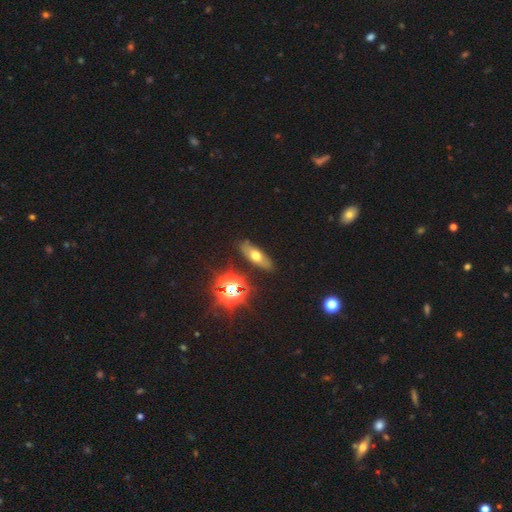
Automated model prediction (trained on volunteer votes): Smooth or featured?
  - smooth: 52% *
  - featured or disk: 30%
  - star or artifact: 18%
How rounded?
  - in between: 57% *
  - cigar-shaped: 33%
  - round: 10%
Merging?
  - none: 84% *
  - minor disturbance: 11%
  - major disturbance: 3%
  - merger: 2%